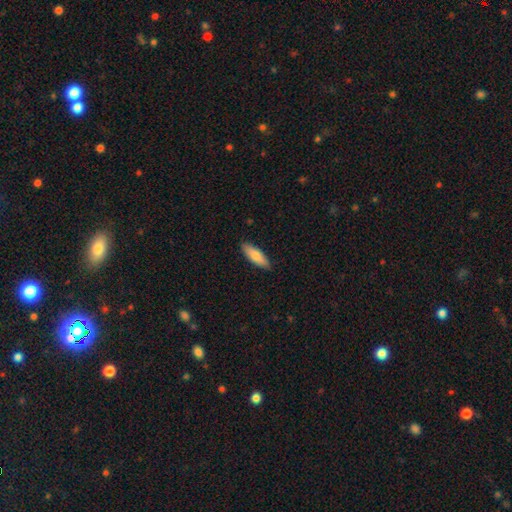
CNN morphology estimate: smooth-or-featured: smooth: 81% | featured or disk: 13% | star or artifact: 5%
  how-rounded: in between: 57% | cigar-shaped: 42% | round: 2%
  merging: none: 89% | minor disturbance: 9% | major disturbance: 2% | merger: 1%